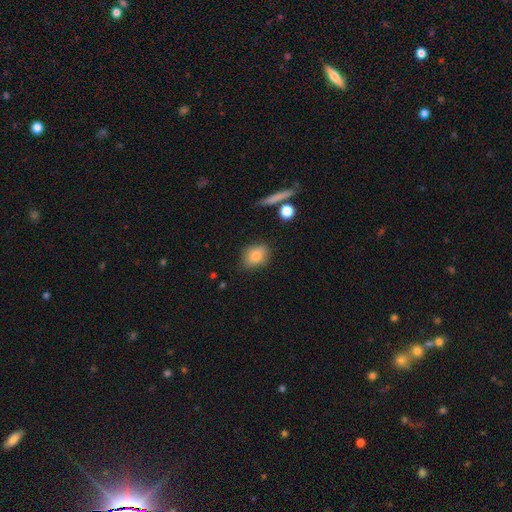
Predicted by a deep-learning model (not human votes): Smooth or featured? Predicted: smooth (p=0.80). How rounded? Predicted: in between (p=0.61). Merging? Predicted: none (p=0.80).